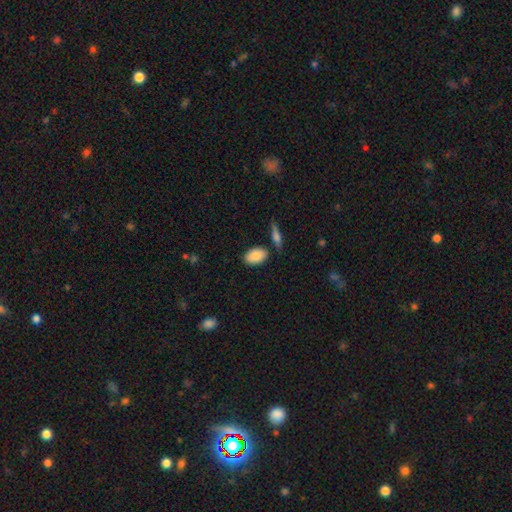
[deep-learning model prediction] smooth 88%, featured or disk 6%, star or artifact 6%. Down the decision tree: how rounded — in between (91%); merging — none (78%).